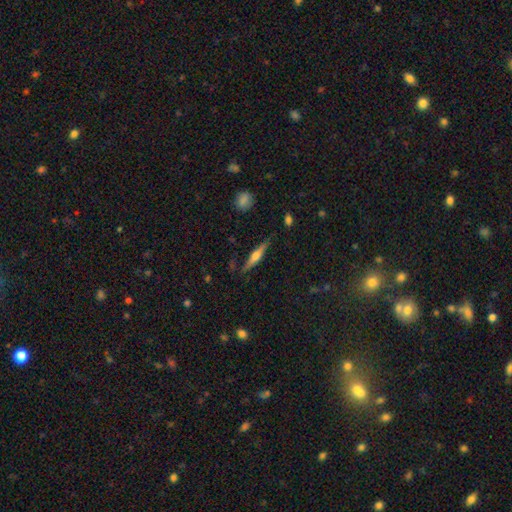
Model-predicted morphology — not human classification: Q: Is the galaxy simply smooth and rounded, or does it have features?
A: featured or disk — 62%.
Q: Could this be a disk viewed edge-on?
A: yes — 96%.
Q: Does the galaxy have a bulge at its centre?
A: rounded — 86%.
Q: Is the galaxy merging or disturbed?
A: none — 85%.